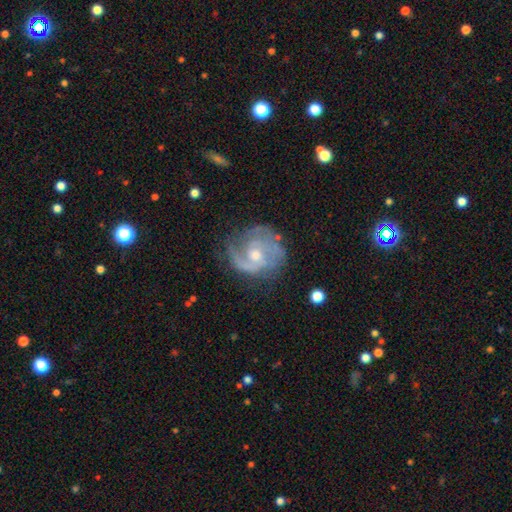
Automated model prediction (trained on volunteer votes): A featured or disk galaxy (85%) with no bar (65%), 2 (50%) tight (45%) spiral arms (94%) and a moderate central bulge (60%).

Vote fractions:
- Smooth or featured? featured or disk: 85% / smooth: 10% / star or artifact: 5%
- Edge-on disk? no: 98% / yes: 2%
- Bar? no: 65% / weak: 31% / strong: 5%
- Spiral arms? yes: 94% / no: 6%
- Spiral winding? tight: 45% / medium: 40% / loose: 15%
- Spiral arm count? 2: 50% / can't tell: 18% / 1: 14% / 3: 12% / 4: 3% / more than 4: 3%
- Bulge size? moderate: 60% / small: 34% / large: 3% / none: 2% / dominant: 1%
- Merging? none: 64% / minor disturbance: 21% / major disturbance: 12% / merger: 2%